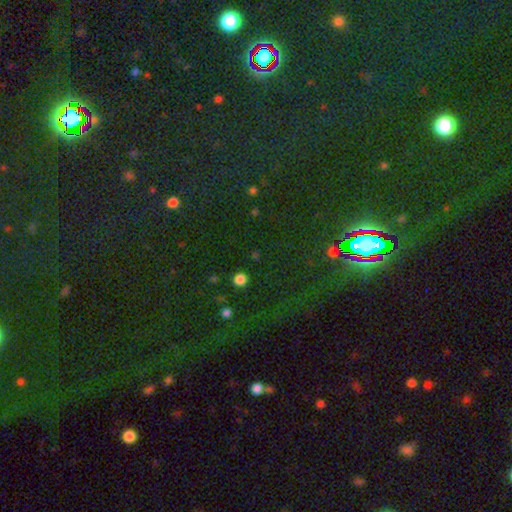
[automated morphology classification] This is likely a star or artifact rather than a galaxy (71%).